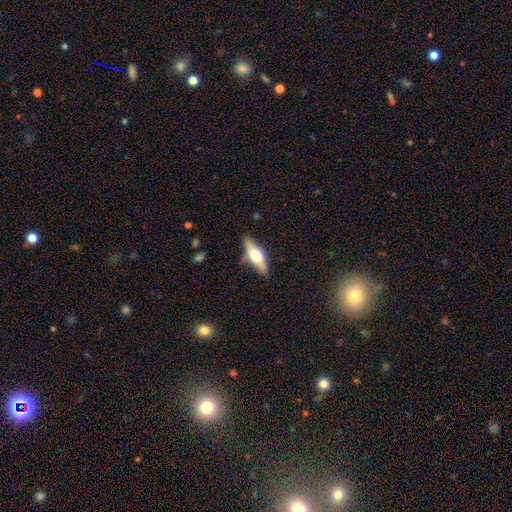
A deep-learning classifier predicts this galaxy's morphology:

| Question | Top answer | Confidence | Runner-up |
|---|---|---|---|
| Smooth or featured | featured or disk | 49% | smooth (44%) |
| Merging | none | 82% | minor disturbance (13%) |